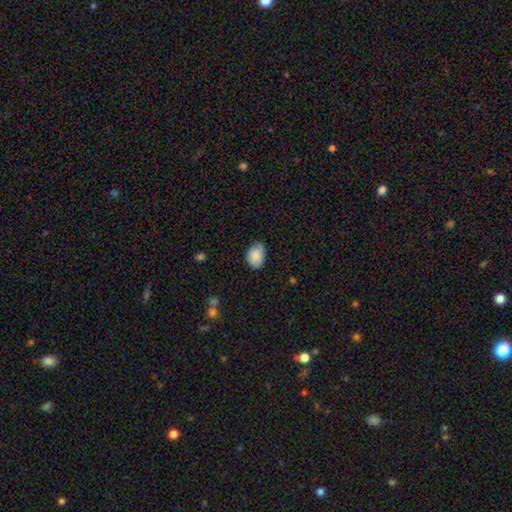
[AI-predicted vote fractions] Overall: smooth (84%). How rounded: in between (81%). Merging: none (59%; minor disturbance 33%).